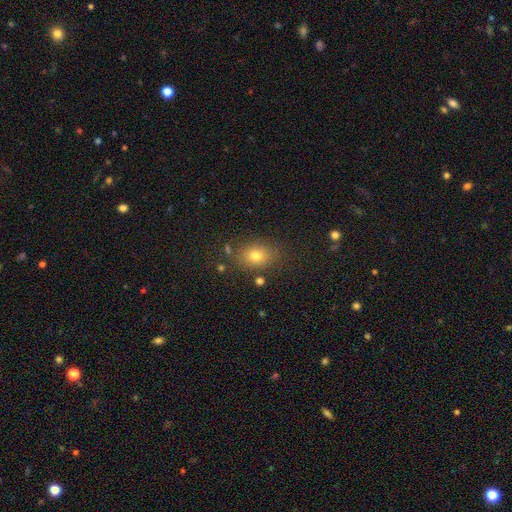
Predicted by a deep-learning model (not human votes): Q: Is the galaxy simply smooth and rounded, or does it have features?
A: smooth — 74%.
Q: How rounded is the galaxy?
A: in between — 63%.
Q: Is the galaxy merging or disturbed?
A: none — 80%.